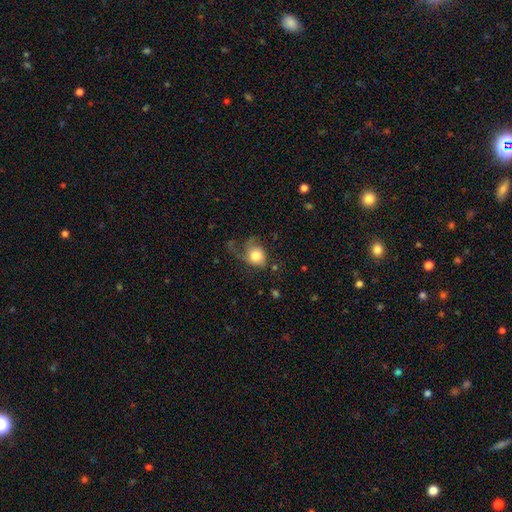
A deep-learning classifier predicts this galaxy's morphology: Overall: smooth (69%). How rounded: round (57%; in between 42%). Merging: major disturbance (38%; none 33%).